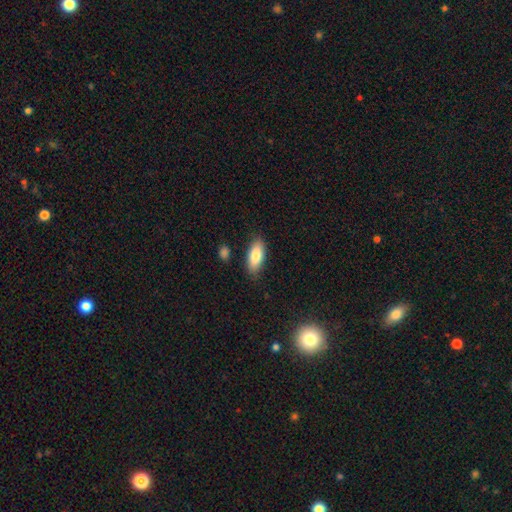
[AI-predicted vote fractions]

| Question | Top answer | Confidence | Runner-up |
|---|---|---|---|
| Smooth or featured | smooth | 83% | featured or disk (10%) |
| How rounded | in between | 85% | cigar-shaped (13%) |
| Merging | none | 83% | minor disturbance (12%) |